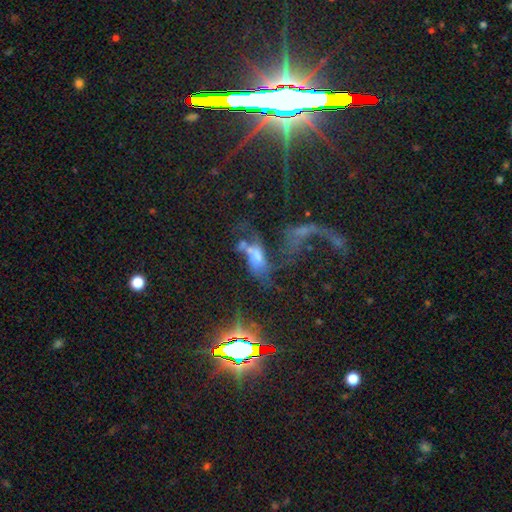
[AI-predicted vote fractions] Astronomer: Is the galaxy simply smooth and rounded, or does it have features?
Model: featured or disk — 44% (runner-up: smooth, 34%).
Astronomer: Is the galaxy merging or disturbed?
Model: merger — 40% (runner-up: major disturbance, 35%).